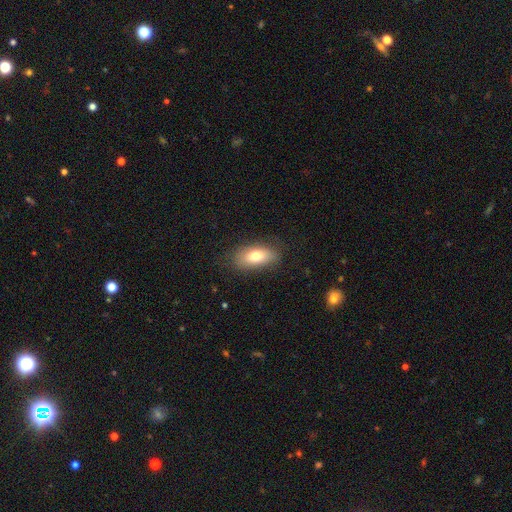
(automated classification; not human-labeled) A smooth galaxy with no disk features (75%) that is in between round and cigar-shaped (87%). Merging: none (79%).